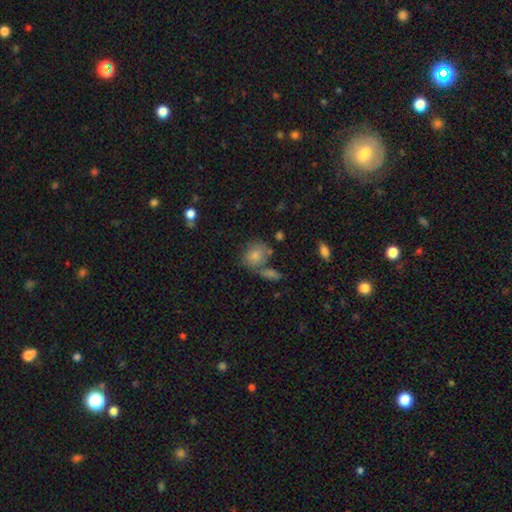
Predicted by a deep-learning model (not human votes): smooth-or-featured: smooth: 80% | featured or disk: 12% | star or artifact: 8%
  how-rounded: round: 61% | in between: 38% | cigar-shaped: 2%
  merging: none: 51% | merger: 24% | minor disturbance: 17% | major disturbance: 7%